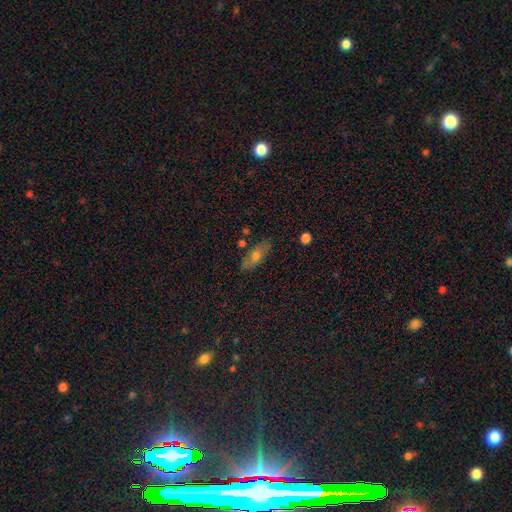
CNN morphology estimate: Smooth or featured?
  - smooth: 57% *
  - featured or disk: 33%
  - star or artifact: 10%
How rounded?
  - in between: 67% *
  - cigar-shaped: 28%
  - round: 5%
Merging?
  - none: 82% *
  - minor disturbance: 13%
  - merger: 3%
  - major disturbance: 3%